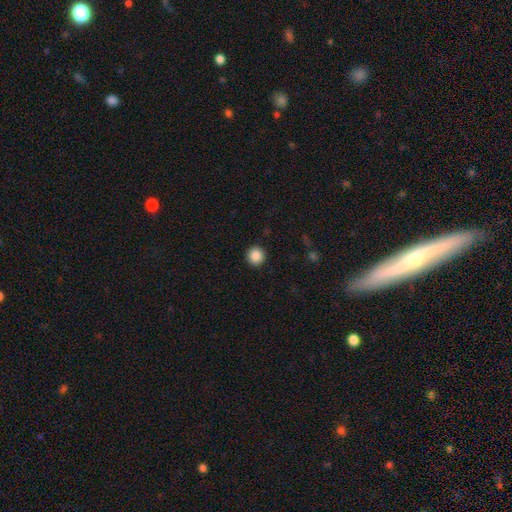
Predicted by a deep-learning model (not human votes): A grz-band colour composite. It shows a smooth galaxy with no disk features (87%) that is round (94%). Merging: none (93%).